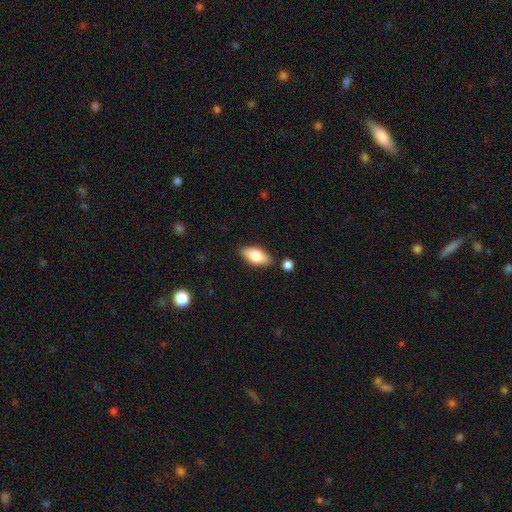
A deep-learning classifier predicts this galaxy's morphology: Smooth or featured? Predicted: smooth (p=0.73). How rounded? Predicted: in between (p=0.87). Merging? Predicted: none (p=0.83).